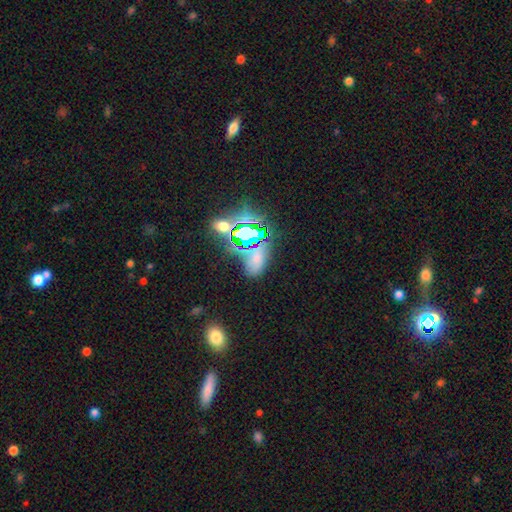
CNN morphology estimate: Q: Smooth or featured?
A: star or artifact (51%); runner-up: smooth (38%)